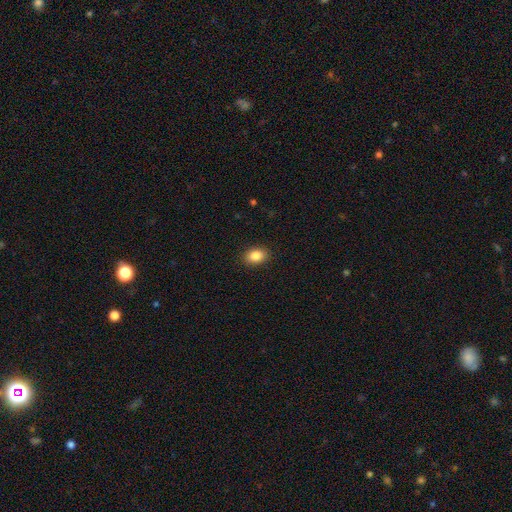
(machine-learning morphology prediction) Smooth or featured? smooth (86%)
How rounded? in between (74%)
Merging? none (90%)